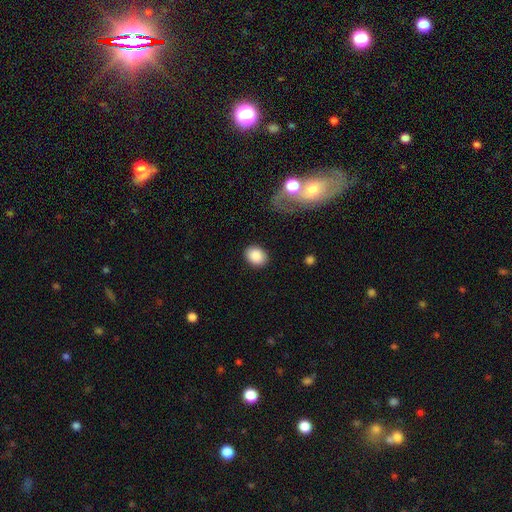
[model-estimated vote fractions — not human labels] This appears to be a smooth galaxy with no disk features (88%) that is in between round and cigar-shaped (56%). Merging: none (88%).